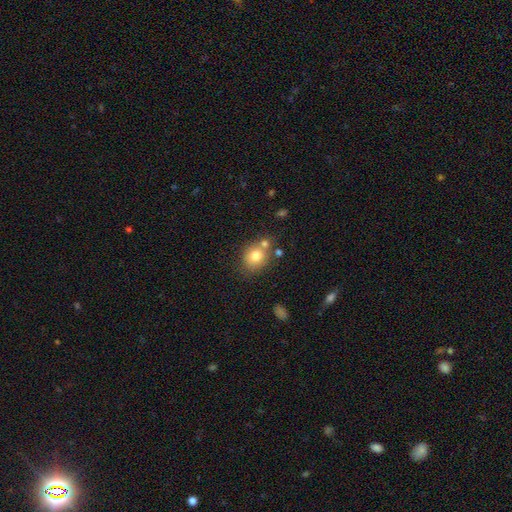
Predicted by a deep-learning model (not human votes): A smooth galaxy with no disk features (78%) that is round (68%).

Vote fractions:
- Smooth or featured? smooth: 78% / featured or disk: 12% / star or artifact: 11%
- How rounded? round: 68% / in between: 31% / cigar-shaped: 1%
- Merging? none: 59% / merger: 22% / minor disturbance: 14% / major disturbance: 5%